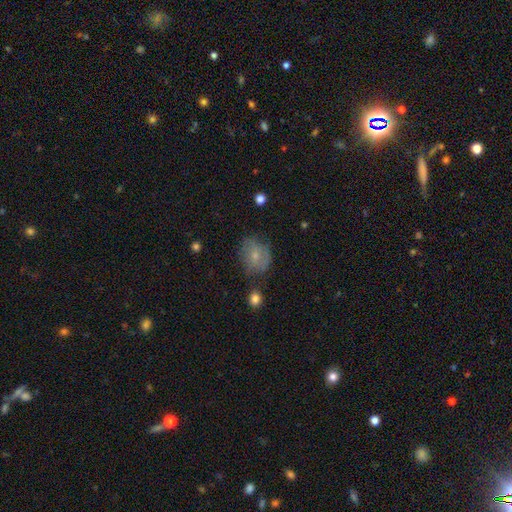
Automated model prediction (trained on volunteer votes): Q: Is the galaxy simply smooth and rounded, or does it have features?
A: smooth — 59%.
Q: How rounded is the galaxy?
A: round — 58%.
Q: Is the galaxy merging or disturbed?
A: none — 61%.